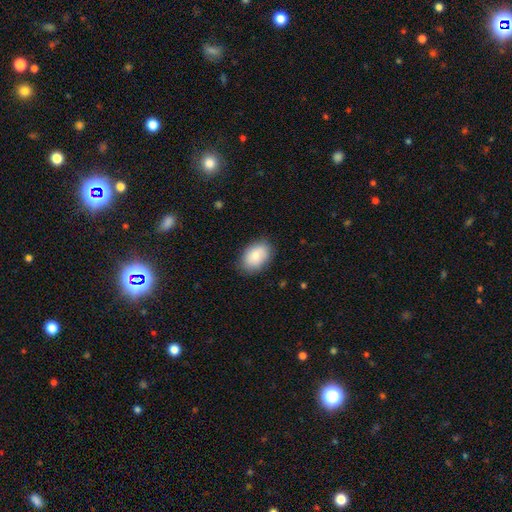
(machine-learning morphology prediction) Smooth or featured? smooth (82%)
How rounded? in between (87%)
Merging? none (83%)